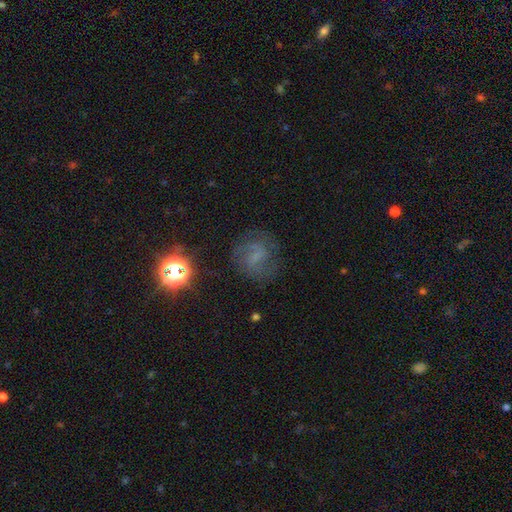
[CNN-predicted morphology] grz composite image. It shows a featured or disk galaxy (51%). Merging: none (72%).